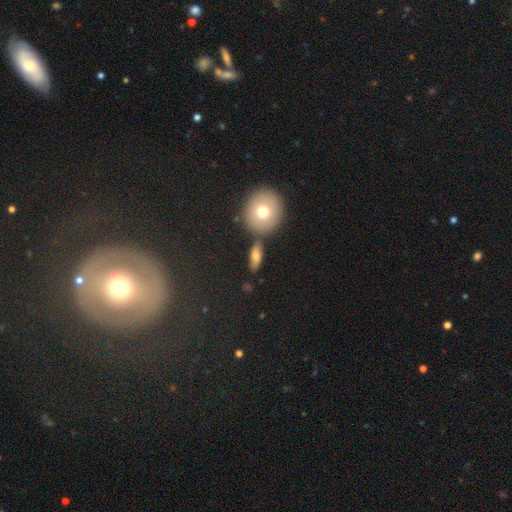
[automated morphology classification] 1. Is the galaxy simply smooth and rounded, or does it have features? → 72% smooth, 18% featured or disk, 10% star or artifact.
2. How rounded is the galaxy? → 65% in between, 18% cigar-shaped, 17% round.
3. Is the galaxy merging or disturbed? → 75% none, 11% minor disturbance, 9% merger, 4% major disturbance.